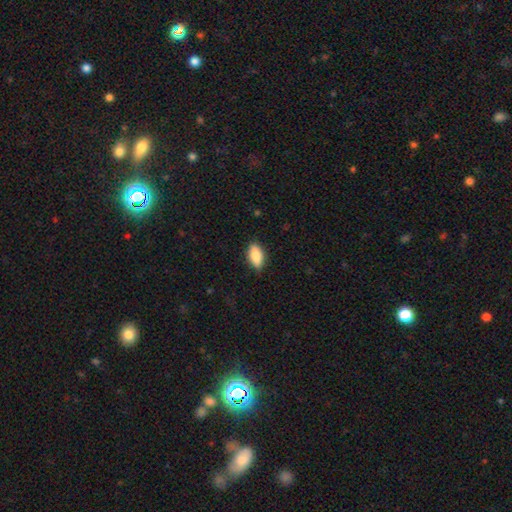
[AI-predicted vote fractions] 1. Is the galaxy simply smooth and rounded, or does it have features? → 83% smooth, 10% featured or disk, 7% star or artifact.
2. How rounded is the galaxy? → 89% in between, 8% cigar-shaped, 3% round.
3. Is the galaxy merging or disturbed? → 84% none, 13% minor disturbance, 2% major disturbance, 1% merger.